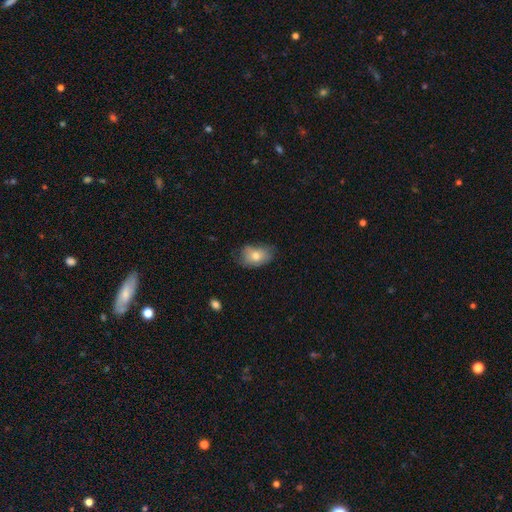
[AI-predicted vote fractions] This appears to be a smooth galaxy with no disk features (74%) that is in between round and cigar-shaped (84%). Merging: none (55%).